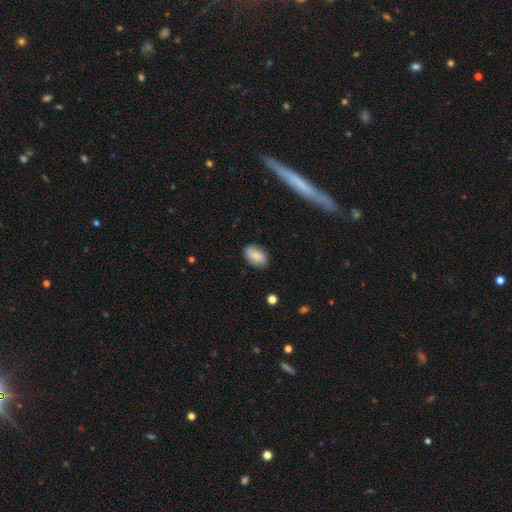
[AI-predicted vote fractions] Smooth or featured? smooth (85%)
How rounded? in between (90%)
Merging? none (81%)